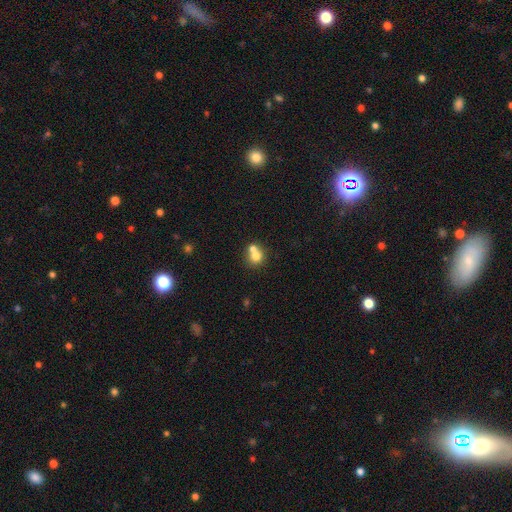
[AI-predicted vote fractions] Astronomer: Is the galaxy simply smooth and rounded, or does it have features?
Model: smooth — 73%.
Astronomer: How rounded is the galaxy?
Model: round — 80%.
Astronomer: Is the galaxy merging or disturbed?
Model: merger — 55% (runner-up: none, 36%).